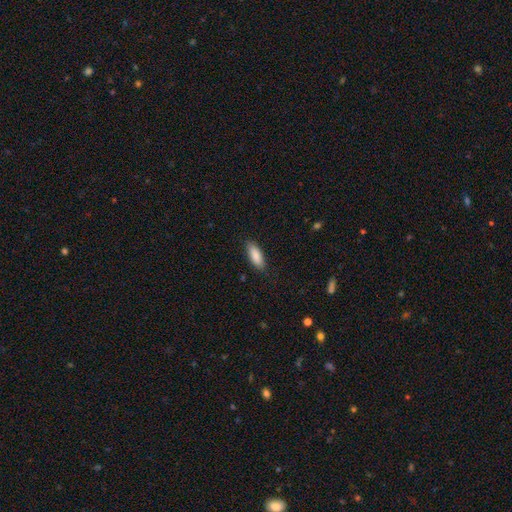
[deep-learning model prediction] Smooth or featured: smooth — 87% (featured or disk — 7%)
How rounded: in between — 72% (cigar-shaped — 26%)
Merging: none — 84% (minor disturbance — 13%)